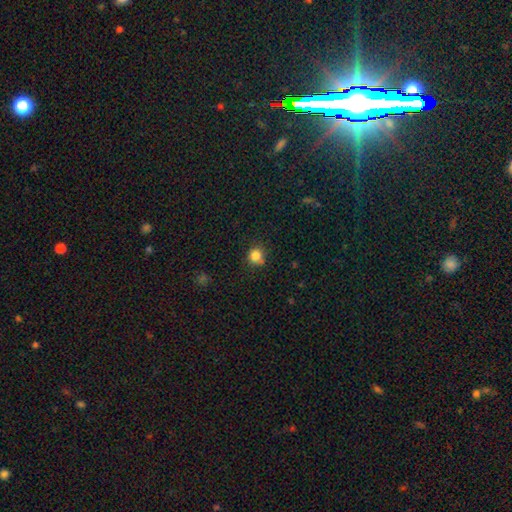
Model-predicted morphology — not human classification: Smooth or featured? smooth (83%)
How rounded? round (88%)
Merging? none (72%)